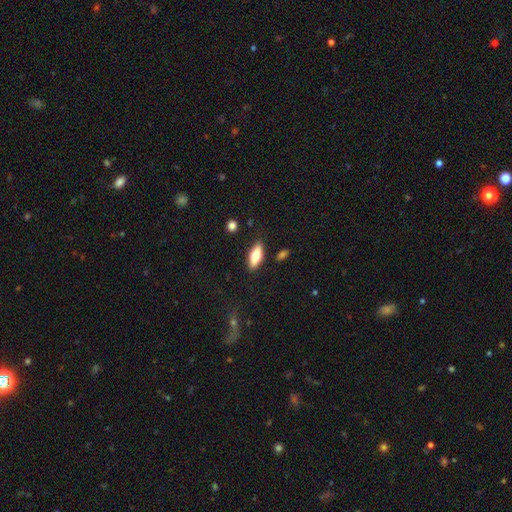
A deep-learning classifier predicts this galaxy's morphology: Smooth or featured? Predicted: smooth (p=0.71). How rounded? Predicted: in between (p=0.74). Merging? Predicted: none (p=0.85).